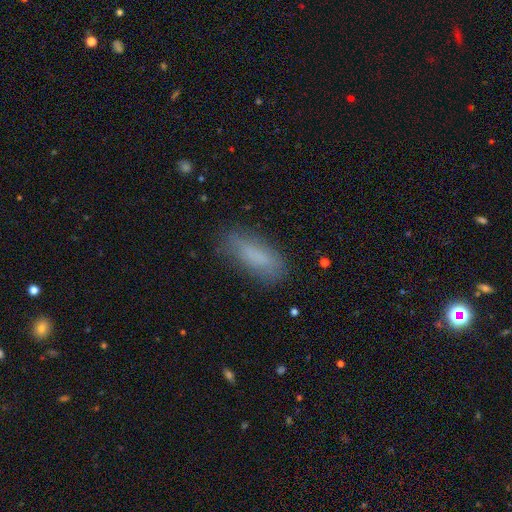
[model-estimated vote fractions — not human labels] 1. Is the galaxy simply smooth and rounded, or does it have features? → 78% smooth, 12% featured or disk, 9% star or artifact.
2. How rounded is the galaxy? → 60% in between, 38% cigar-shaped, 2% round.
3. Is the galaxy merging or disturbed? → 76% none, 17% minor disturbance, 5% major disturbance, 2% merger.